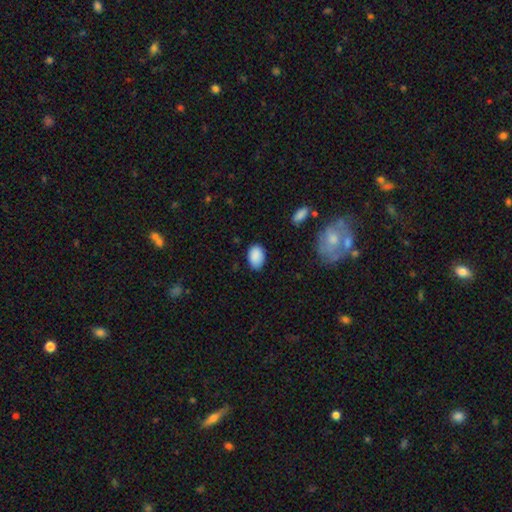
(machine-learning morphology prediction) A smooth galaxy with no disk features (89%) that is in between round and cigar-shaped (86%).

Vote fractions:
- Smooth or featured? smooth: 89% / star or artifact: 7% / featured or disk: 4%
- How rounded? in between: 86% / round: 13% / cigar-shaped: 1%
- Merging? none: 82% / minor disturbance: 14% / major disturbance: 3% / merger: 1%